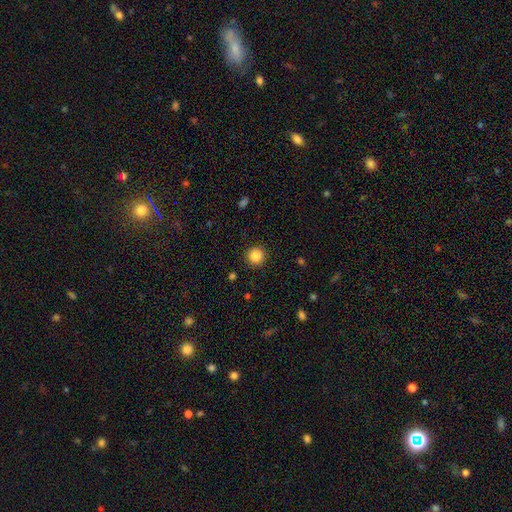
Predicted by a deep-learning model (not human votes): Smooth or featured? smooth (86%)
How rounded? round (95%)
Merging? none (92%)